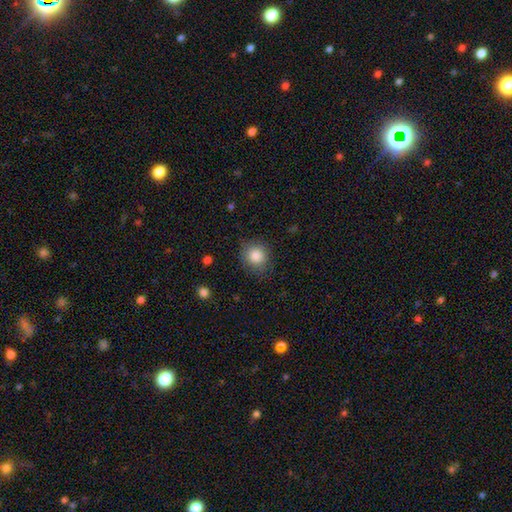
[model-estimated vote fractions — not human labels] Q: Smooth or featured?
A: smooth (86%); runner-up: star or artifact (9%)
Q: How rounded?
A: round (83%); runner-up: in between (16%)
Q: Merging?
A: none (79%); runner-up: minor disturbance (16%)